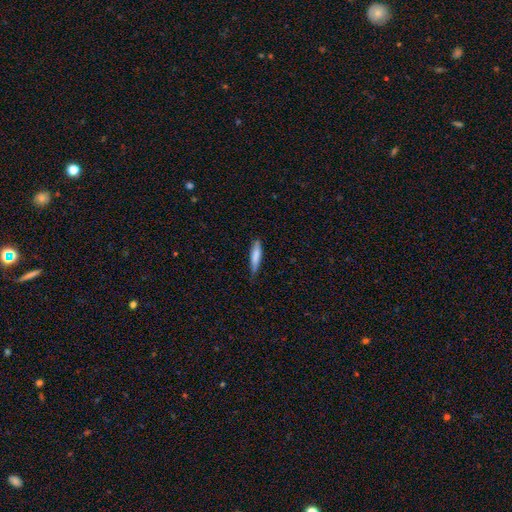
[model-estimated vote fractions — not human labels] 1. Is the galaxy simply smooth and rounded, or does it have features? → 77% smooth, 17% featured or disk, 6% star or artifact.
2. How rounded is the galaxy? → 82% cigar-shaped, 17% in between, 1% round.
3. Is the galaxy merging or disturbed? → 71% none, 24% minor disturbance, 3% major disturbance, 1% merger.